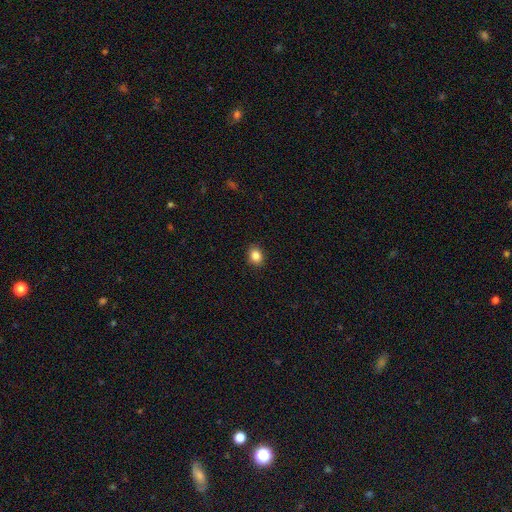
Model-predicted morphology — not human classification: A smooth galaxy with no disk features (86%) that is round (53%). Merging: none (89%).